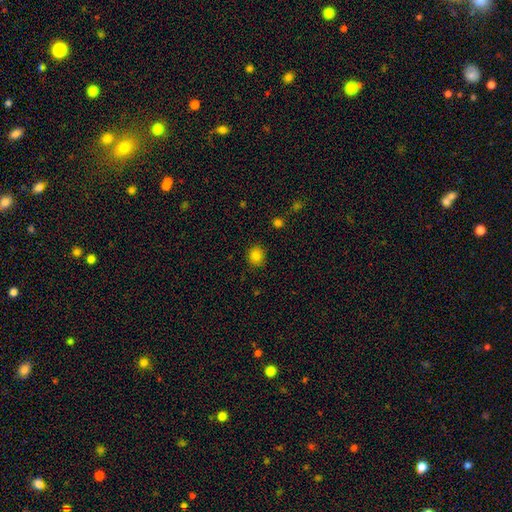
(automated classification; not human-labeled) Q: Smooth or featured?
A: smooth (83%); runner-up: star or artifact (12%)
Q: How rounded?
A: round (79%); runner-up: in between (20%)
Q: Merging?
A: none (87%); runner-up: minor disturbance (9%)